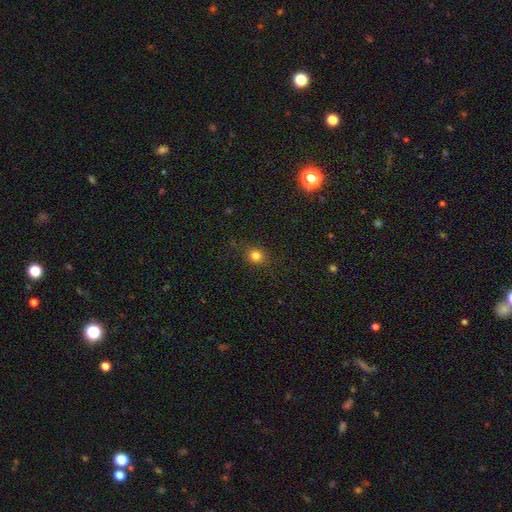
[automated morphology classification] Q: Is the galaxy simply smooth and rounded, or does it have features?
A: smooth — 80%.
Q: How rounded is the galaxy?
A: round — 82%.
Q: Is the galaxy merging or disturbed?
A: none — 85%.